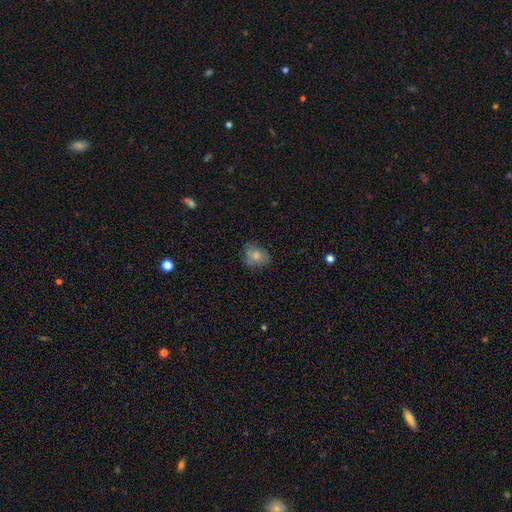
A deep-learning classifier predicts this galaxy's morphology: Smooth or featured? Predicted: smooth (p=0.76). How rounded? Predicted: round (p=0.52). Merging? Predicted: none (p=0.66).